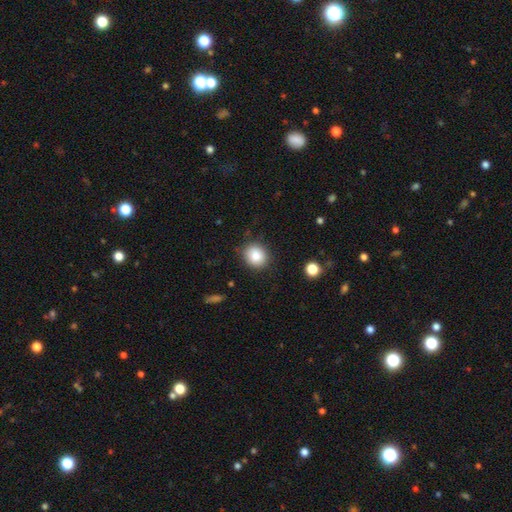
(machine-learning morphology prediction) smooth_or_featured: smooth (p=0.84) [alt: star or artifact p=0.09]
how_rounded: round (p=0.75) [alt: in between p=0.24]
merging: none (p=0.85) [alt: minor disturbance p=0.10]